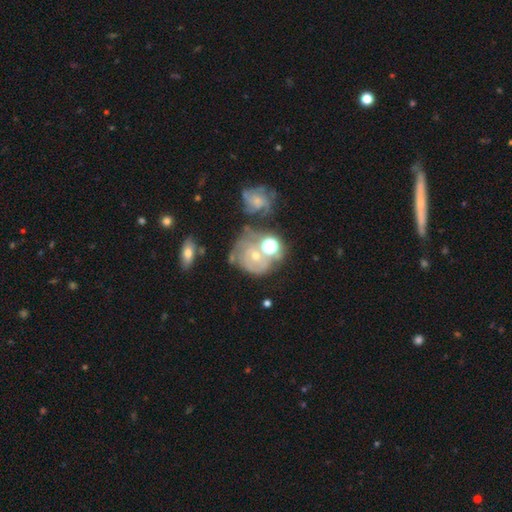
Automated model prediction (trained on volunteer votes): Smooth or featured: featured or disk — 55% (smooth — 24%)
Edge-on disk: no — 96% (yes — 4%)
Bar: no — 79% (weak — 17%)
Spiral arms: yes — 69% (no — 31%)
Bulge size: small — 45% (moderate — 43%)
Merging: none — 45% (merger — 26%)